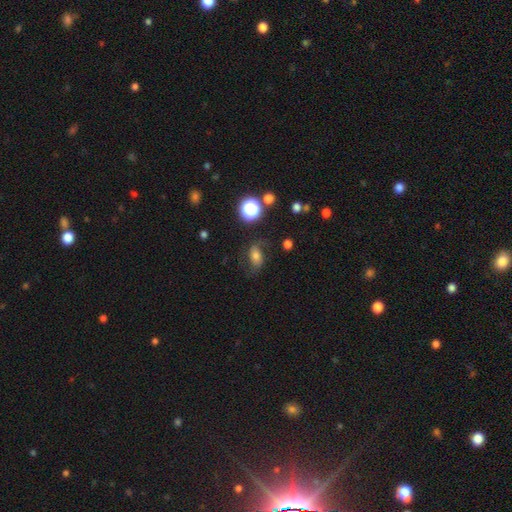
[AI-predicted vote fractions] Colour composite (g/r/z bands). It shows a smooth galaxy with no disk features (52%) that is in between round and cigar-shaped (76%). Merging: none (62%).